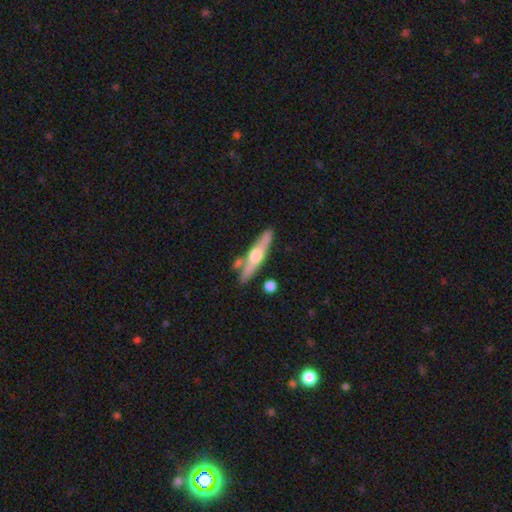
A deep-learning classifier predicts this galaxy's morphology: Q: Smooth or featured?
A: featured or disk (59%); runner-up: smooth (35%)
Q: Edge-on disk?
A: yes (93%); runner-up: no (7%)
Q: Edge-on bulge?
A: rounded (93%); runner-up: none (4%)
Q: Merging?
A: none (77%); runner-up: minor disturbance (11%)